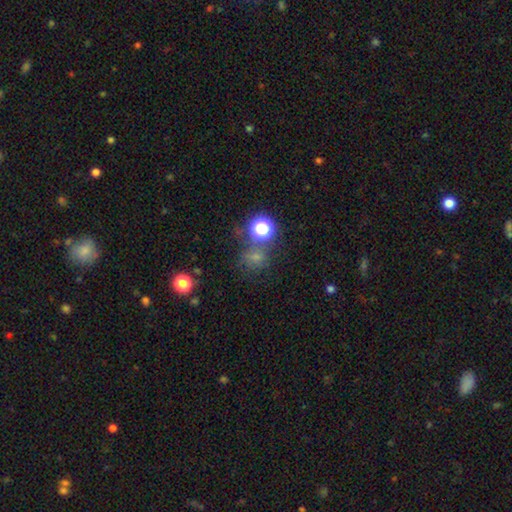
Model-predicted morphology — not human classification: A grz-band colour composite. It shows a smooth galaxy with no disk features (59%) that is round (79%). Merging: none (59%).